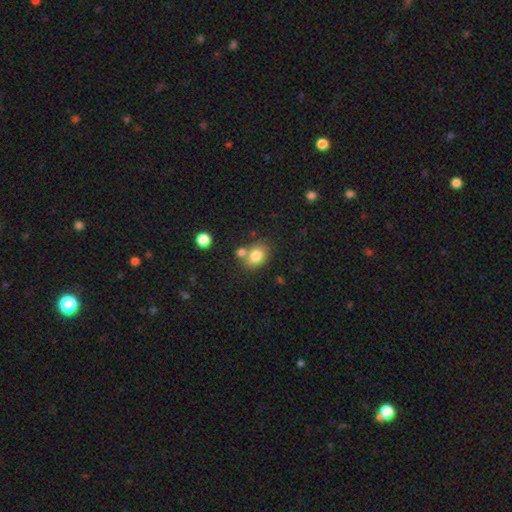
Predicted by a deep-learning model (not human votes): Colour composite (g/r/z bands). It shows a smooth galaxy with no disk features (81%) that is in between round and cigar-shaped (60%). Merging: none (59%).